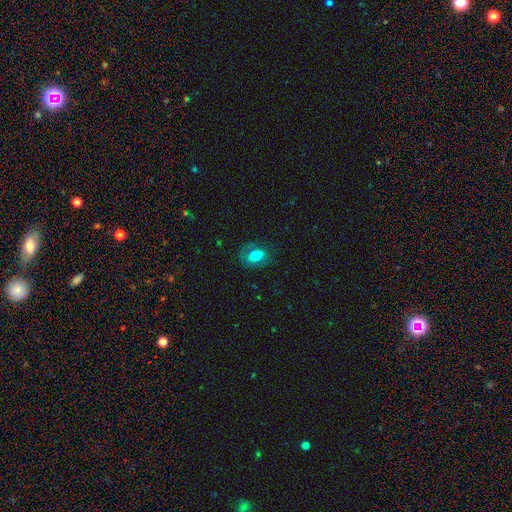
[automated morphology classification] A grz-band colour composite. It shows a smooth galaxy with no disk features (62%) that is in between round and cigar-shaped (75%). Merging: none (71%).